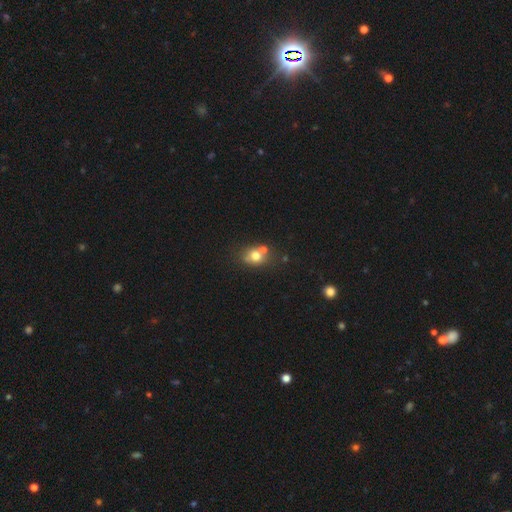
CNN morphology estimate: Q: Smooth or featured?
A: smooth (71%); runner-up: featured or disk (17%)
Q: How rounded?
A: round (54%); runner-up: in between (44%)
Q: Merging?
A: none (51%); runner-up: merger (32%)